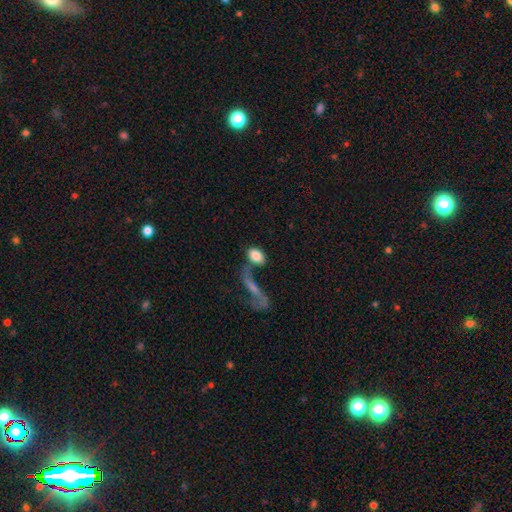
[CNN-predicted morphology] Smooth or featured?
  - smooth: 80% *
  - featured or disk: 13%
  - star or artifact: 7%
How rounded?
  - in between: 87% *
  - round: 9%
  - cigar-shaped: 3%
Merging?
  - merger: 38% *
  - none: 34%
  - major disturbance: 15%
  - minor disturbance: 14%